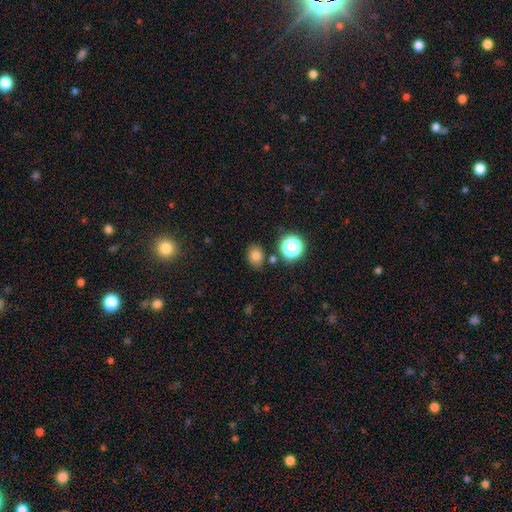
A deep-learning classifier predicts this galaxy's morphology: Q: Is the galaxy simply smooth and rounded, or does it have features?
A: smooth — 77%.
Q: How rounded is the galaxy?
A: in between — 55%.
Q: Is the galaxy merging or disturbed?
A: none — 79%.